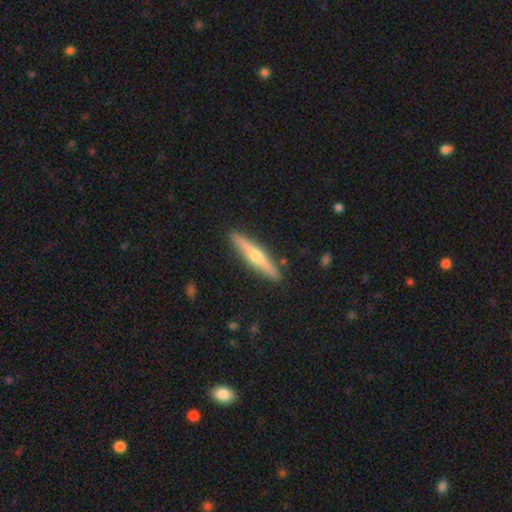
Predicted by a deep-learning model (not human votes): Smooth or featured? featured or disk (62%)
Edge-on disk? yes (96%)
Edge-on bulge? rounded (89%)
Merging? none (90%)